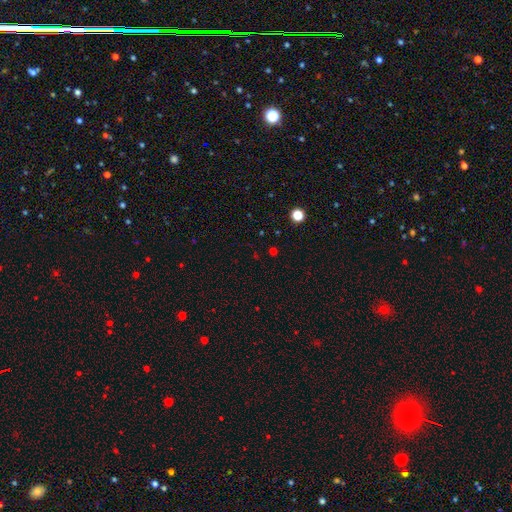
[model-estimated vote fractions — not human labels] A star or artifact, not a galaxy (59%).

Vote fractions:
- Smooth or featured? star or artifact: 59% / smooth: 34% / featured or disk: 7%